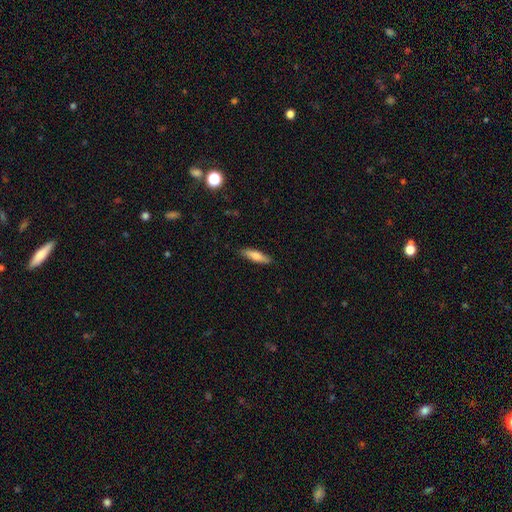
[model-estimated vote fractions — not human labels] Smooth or featured: smooth — 73% (featured or disk — 21%)
How rounded: cigar-shaped — 68% (in between — 31%)
Merging: none — 86% (minor disturbance — 10%)